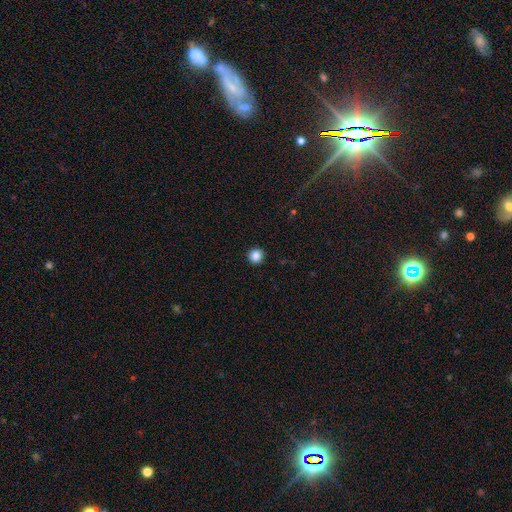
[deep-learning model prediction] Smooth or featured? Predicted: smooth (p=0.86). How rounded? Predicted: round (p=0.95). Merging? Predicted: none (p=0.93).